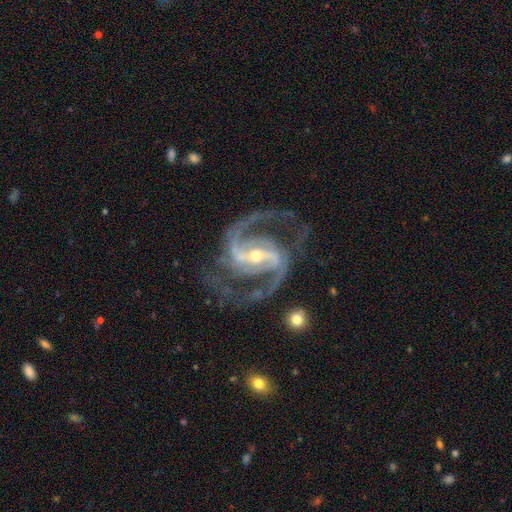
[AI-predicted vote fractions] smooth_or_featured: featured or disk (p=0.94) [alt: star or artifact p=0.04]
disk_edge_on: no (p=0.98) [alt: yes p=0.02]
bar: strong (p=0.64) [alt: weak p=0.27]
has_spiral_arms: yes (p=0.99) [alt: no p=0.01]
spiral_winding: medium (p=0.67) [alt: loose p=0.18]
spiral_arm_count: 2 (p=0.90) [alt: 3 p=0.04]
bulge_size: small (p=0.54) [alt: moderate p=0.42]
merging: none (p=0.73) [alt: minor disturbance p=0.15]